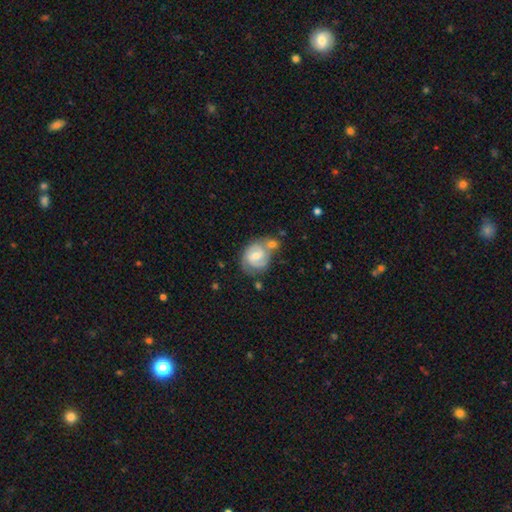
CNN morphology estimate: Overall: featured or disk (75%). Edge-on disk: no (98%). Bar: weak (52%; no 38%). Spiral arms: yes (93%). Spiral arm count: 2 (73%). Spiral winding: tight (48%; medium 41%). Bulge size: moderate (52%; small 41%). Merging: none (46%; merger 27%).